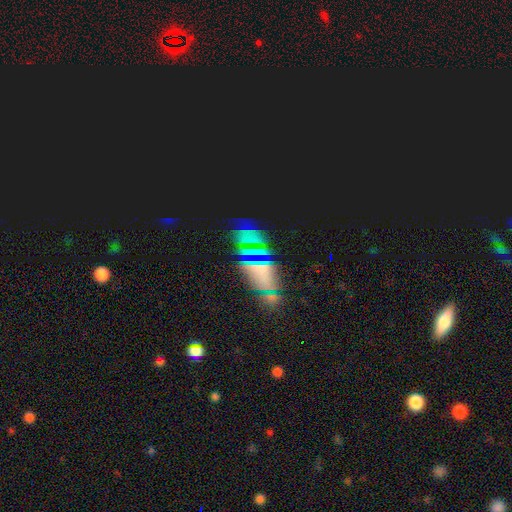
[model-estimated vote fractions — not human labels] Q: Smooth or featured?
A: star or artifact (62%); runner-up: smooth (21%)